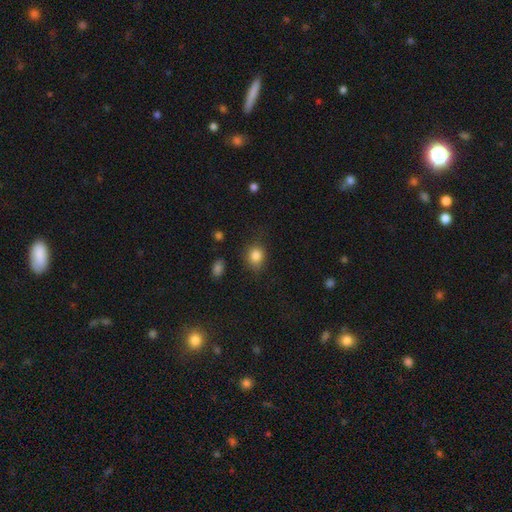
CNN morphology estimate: smooth 84%, star or artifact 11%, featured or disk 5%. Down the decision tree: how rounded — round (61%); merging — none (72%).